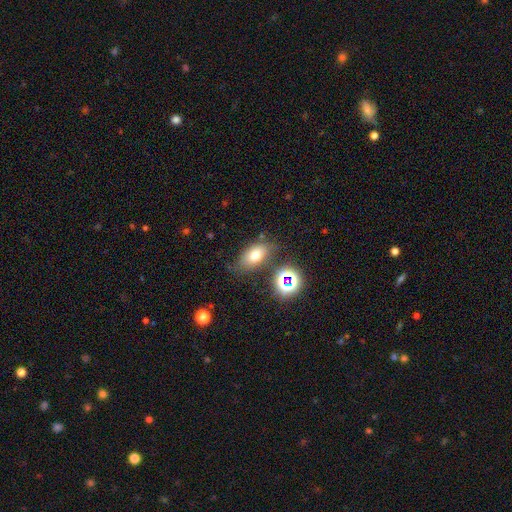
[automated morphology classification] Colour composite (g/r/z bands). It shows a smooth galaxy with no disk features (69%) that is in between round and cigar-shaped (85%). Merging: none (72%).